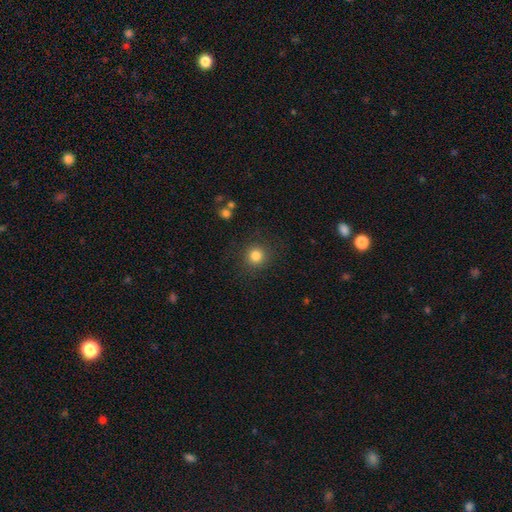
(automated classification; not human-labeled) Smooth or featured?
  - smooth: 83% *
  - star or artifact: 12%
  - featured or disk: 6%
How rounded?
  - round: 93% *
  - in between: 6%
  - cigar-shaped: 1%
Merging?
  - none: 88% *
  - minor disturbance: 7%
  - major disturbance: 3%
  - merger: 2%